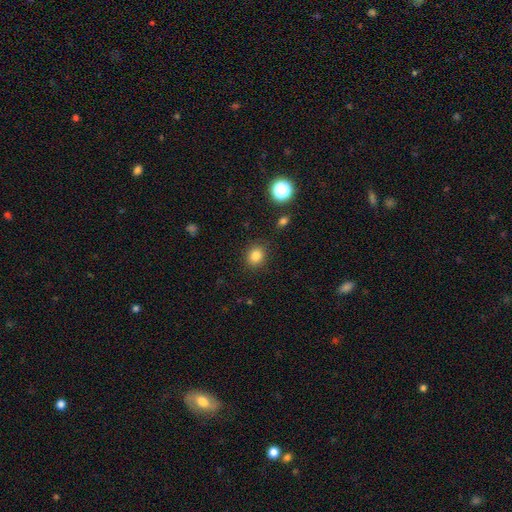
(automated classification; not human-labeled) A smooth galaxy with no disk features (82%) that is round (73%). Merging: none (88%).